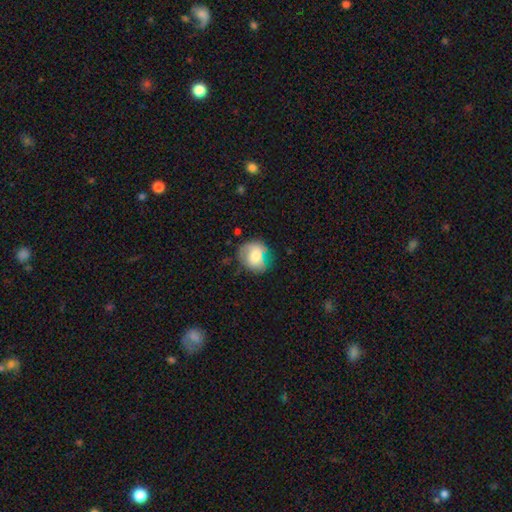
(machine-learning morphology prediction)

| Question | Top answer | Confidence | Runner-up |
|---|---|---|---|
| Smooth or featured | smooth | 64% | featured or disk (29%) |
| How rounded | round | 66% | in between (33%) |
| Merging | none | 56% | minor disturbance (29%) |